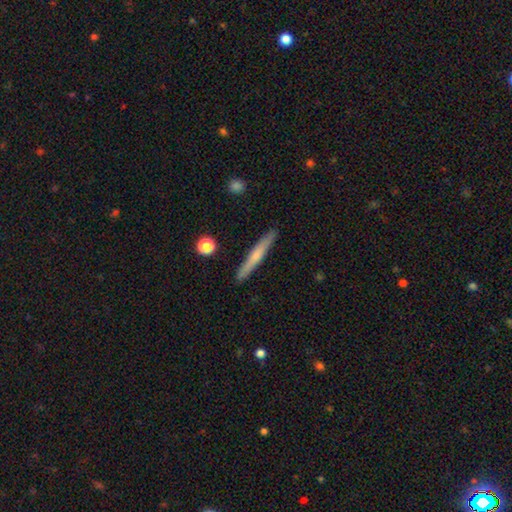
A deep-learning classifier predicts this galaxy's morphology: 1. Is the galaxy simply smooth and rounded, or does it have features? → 47% smooth (tied), 47% featured or disk (tied), 6% star or artifact.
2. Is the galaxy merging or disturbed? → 91% none, 6% minor disturbance, 1% major disturbance, 1% merger.